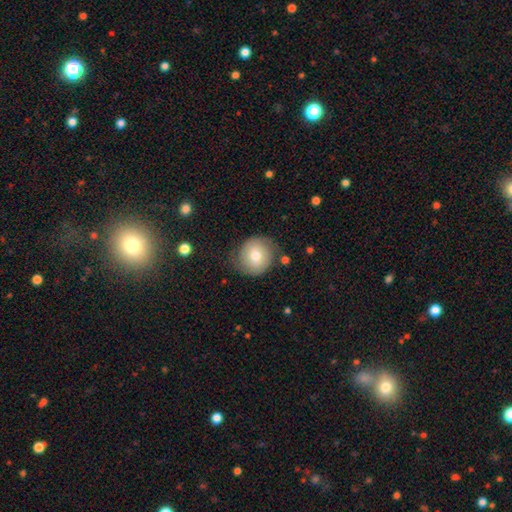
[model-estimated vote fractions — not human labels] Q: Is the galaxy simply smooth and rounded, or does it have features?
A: smooth — 63%.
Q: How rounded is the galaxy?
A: round — 88%.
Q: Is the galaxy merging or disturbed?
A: none — 71%.